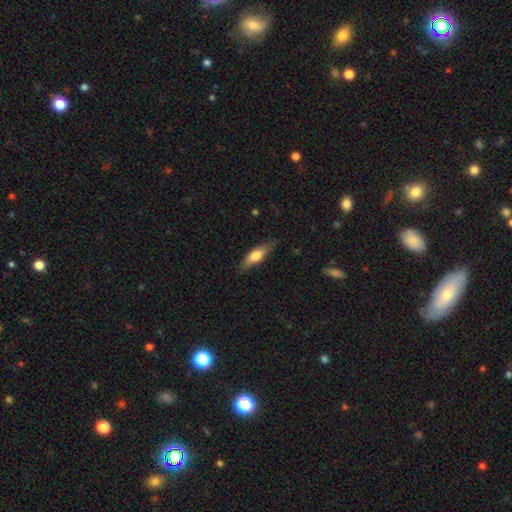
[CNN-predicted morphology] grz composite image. It shows a smooth galaxy with no disk features (62%) that is cigar-shaped (56%). Merging: none (83%).